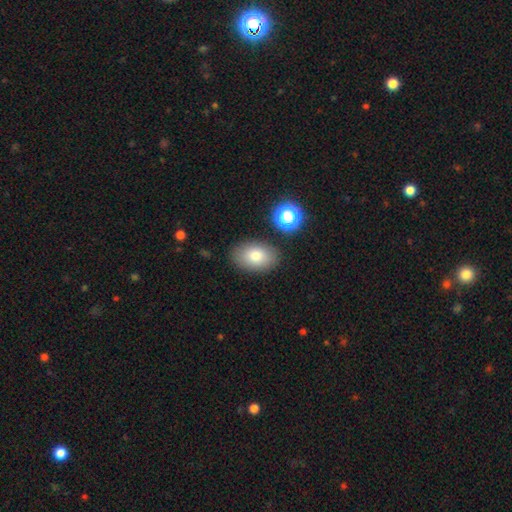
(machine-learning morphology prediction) Smooth or featured? Predicted: smooth (p=0.80). How rounded? Predicted: in between (p=0.86). Merging? Predicted: none (p=0.84).